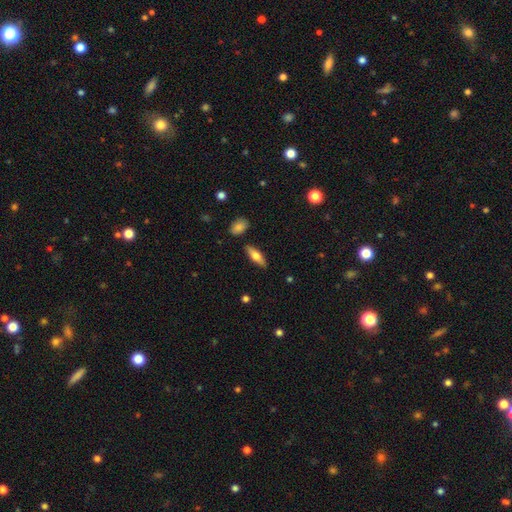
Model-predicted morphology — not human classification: type=smooth (61%); roundness=in between (52%); merging=none (84%).